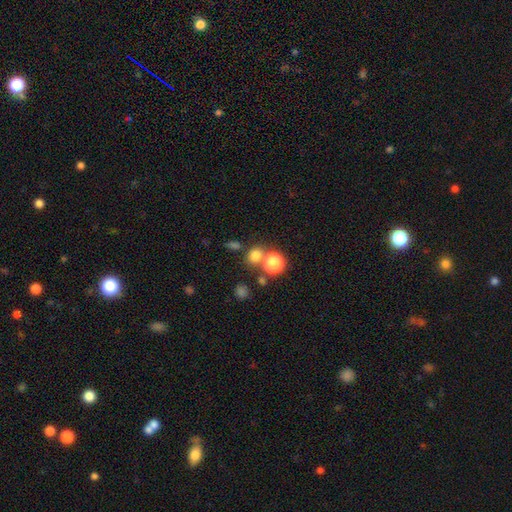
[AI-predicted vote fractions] smooth_or_featured: smooth (p=0.75) [alt: star or artifact p=0.18]
how_rounded: round (p=0.73) [alt: in between p=0.26]
merging: none (p=0.62) [alt: merger p=0.25]